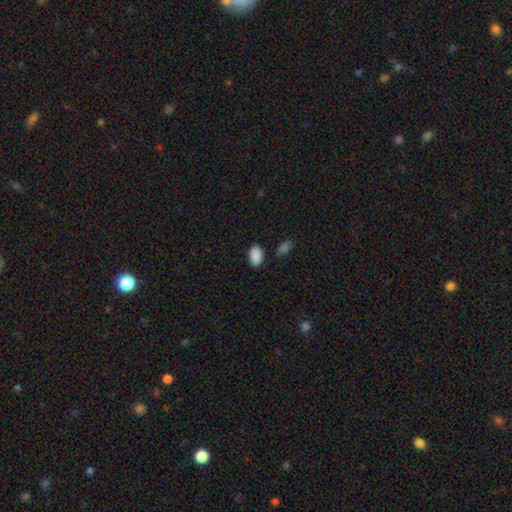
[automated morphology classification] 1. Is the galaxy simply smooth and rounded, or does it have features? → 88% smooth, 8% star or artifact, 3% featured or disk.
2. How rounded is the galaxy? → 89% in between, 10% round, 1% cigar-shaped.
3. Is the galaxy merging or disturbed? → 81% none, 13% minor disturbance, 3% merger, 3% major disturbance.